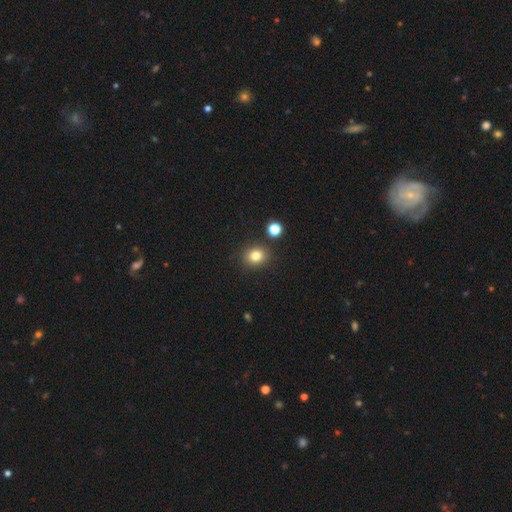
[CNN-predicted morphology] Smooth or featured?
  - smooth: 81% *
  - star or artifact: 13%
  - featured or disk: 6%
How rounded?
  - round: 71% *
  - in between: 28%
  - cigar-shaped: 1%
Merging?
  - none: 84% *
  - minor disturbance: 9%
  - merger: 4%
  - major disturbance: 3%